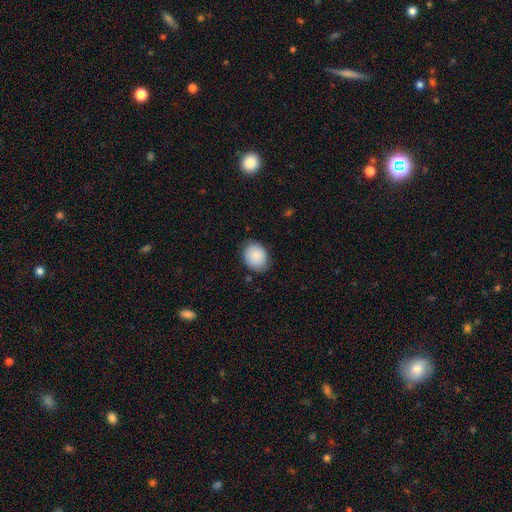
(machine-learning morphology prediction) smooth-or-featured: smooth: 88% | star or artifact: 7% | featured or disk: 6%
  how-rounded: in between: 51% | round: 48% | cigar-shaped: 1%
  merging: none: 80% | minor disturbance: 16% | major disturbance: 3% | merger: 1%